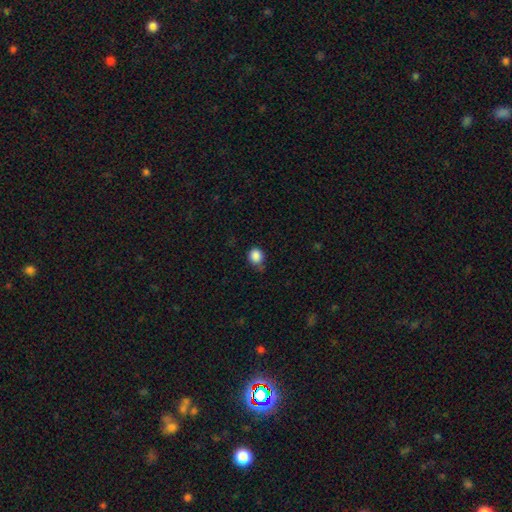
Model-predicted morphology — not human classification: Q: Smooth or featured?
A: smooth (86%); runner-up: star or artifact (10%)
Q: How rounded?
A: round (75%); runner-up: in between (24%)
Q: Merging?
A: none (60%); runner-up: minor disturbance (31%)